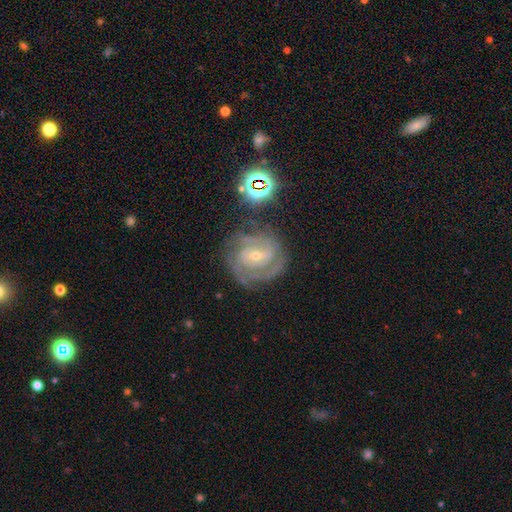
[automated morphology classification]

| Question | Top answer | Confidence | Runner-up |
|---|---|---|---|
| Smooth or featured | featured or disk | 85% | star or artifact (8%) |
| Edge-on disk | no | 97% | yes (3%) |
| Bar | weak | 45% | no (31%) |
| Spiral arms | yes | 96% | no (4%) |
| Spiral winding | tight | 65% | medium (30%) |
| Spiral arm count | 2 | 35% | 3 (26%) |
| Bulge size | small | 66% | moderate (31%) |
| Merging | none | 72% | minor disturbance (17%) |